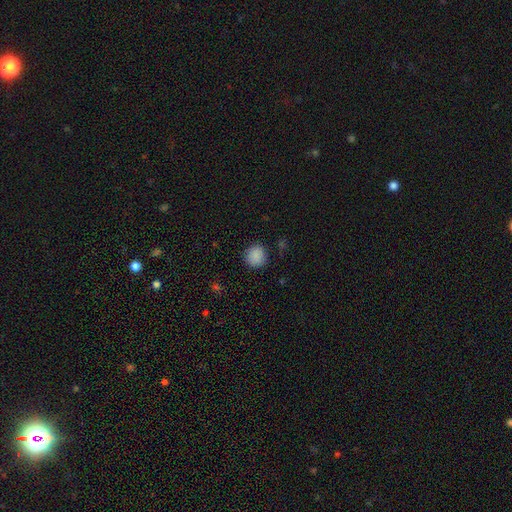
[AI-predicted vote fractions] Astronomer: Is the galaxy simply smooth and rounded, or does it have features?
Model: smooth — 88%.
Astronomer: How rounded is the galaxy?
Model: round — 88%.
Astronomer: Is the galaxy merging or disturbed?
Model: none — 86%.